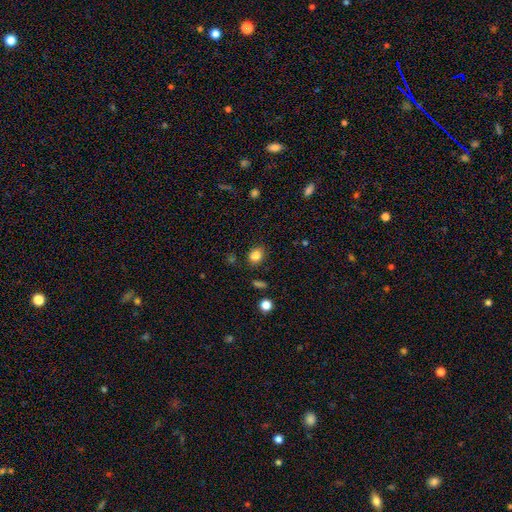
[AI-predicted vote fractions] smooth 82%, star or artifact 12%, featured or disk 6%. Down the decision tree: how rounded — round (53%); merging — none (80%).